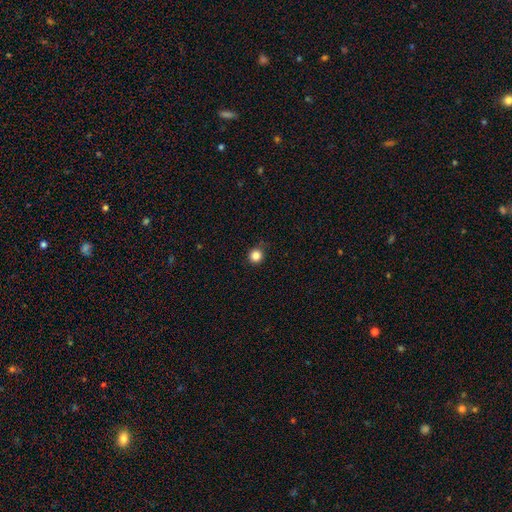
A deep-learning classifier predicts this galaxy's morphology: A smooth galaxy with no disk features (84%) that is round (94%).

Vote fractions:
- Smooth or featured? smooth: 84% / star or artifact: 12% / featured or disk: 4%
- How rounded? round: 94% / in between: 5% / cigar-shaped: 1%
- Merging? none: 88% / minor disturbance: 9% / major disturbance: 2% / merger: 1%